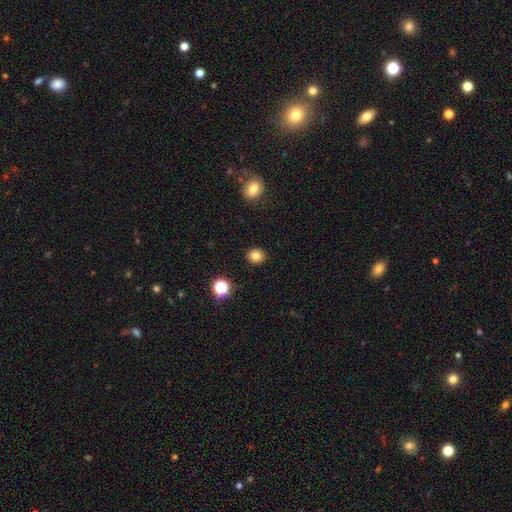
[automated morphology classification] Smooth or featured? smooth (80%)
How rounded? round (81%)
Merging? none (91%)